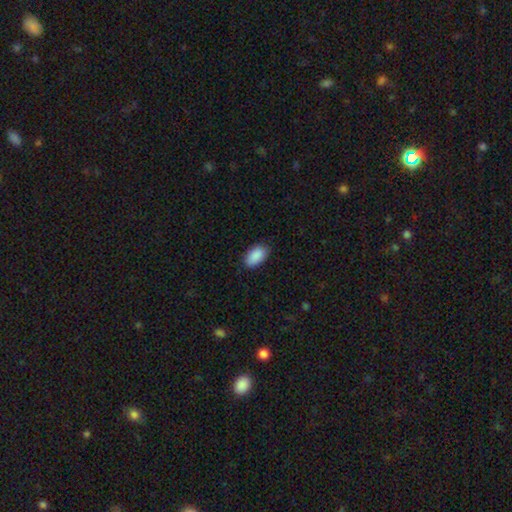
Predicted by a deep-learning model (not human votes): Smooth or featured? smooth (90%)
How rounded? in between (94%)
Merging? none (84%)